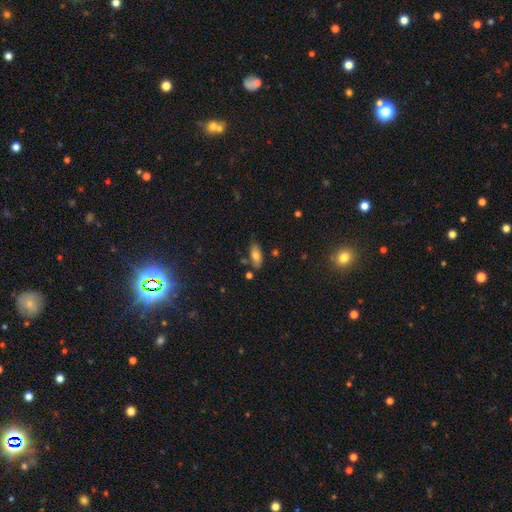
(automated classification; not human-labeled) Morphology: type=smooth (76%); roundness=in between (88%); merging=none (75%).